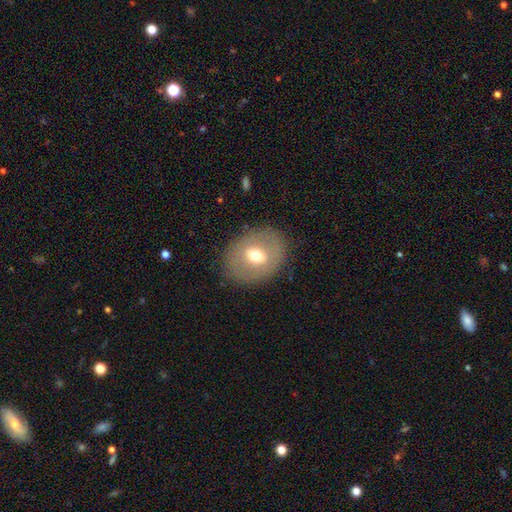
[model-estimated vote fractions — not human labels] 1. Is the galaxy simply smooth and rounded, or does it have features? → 57% smooth, 34% featured or disk, 9% star or artifact.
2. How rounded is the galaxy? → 51% in between, 48% round, 1% cigar-shaped.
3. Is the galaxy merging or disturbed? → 84% none, 10% minor disturbance, 5% major disturbance, 1% merger.